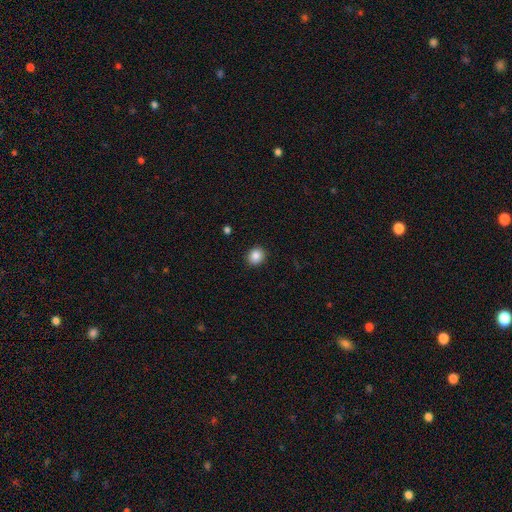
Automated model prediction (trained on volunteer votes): The model was most divided on "how rounded": round: 76%, in between: 23%, cigar-shaped: 1%. More confident: merging — none (91%); smooth or featured — smooth (87%).